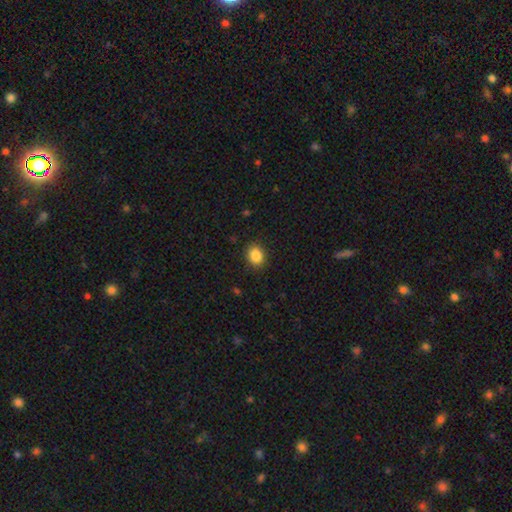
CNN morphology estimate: A smooth galaxy with no disk features (87%) that is round (55%). Merging: none (88%).